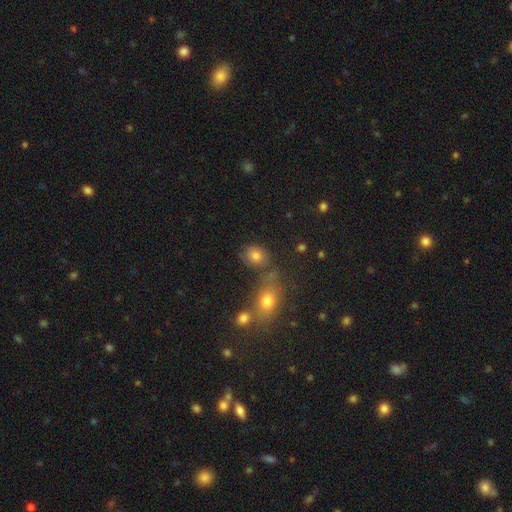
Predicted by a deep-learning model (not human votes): Smooth or featured?
  - smooth: 78% *
  - star or artifact: 13%
  - featured or disk: 10%
How rounded?
  - in between: 50% *
  - round: 49%
  - cigar-shaped: 1%
Merging?
  - none: 65% *
  - merger: 15%
  - minor disturbance: 14%
  - major disturbance: 5%